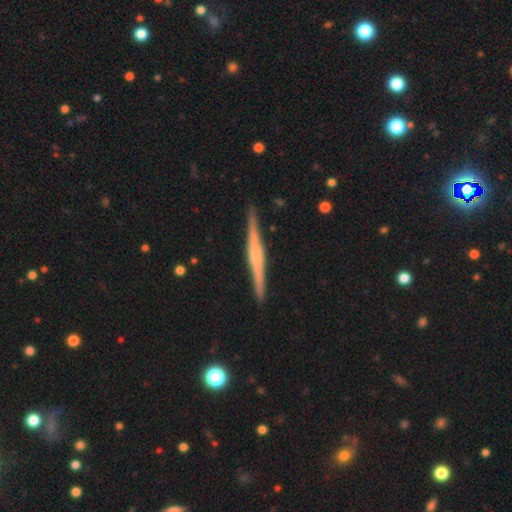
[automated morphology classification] A featured or disk galaxy (77%) viewed edge-on (98%) with a rounded central bulge (61%).

Vote fractions:
- Smooth or featured? featured or disk: 77% / smooth: 18% / star or artifact: 5%
- Edge-on disk? yes: 98% / no: 2%
- Edge-on bulge? rounded: 61% / boxy: 23% / none: 16%
- Merging? none: 91% / minor disturbance: 7% / major disturbance: 1% / merger: 1%